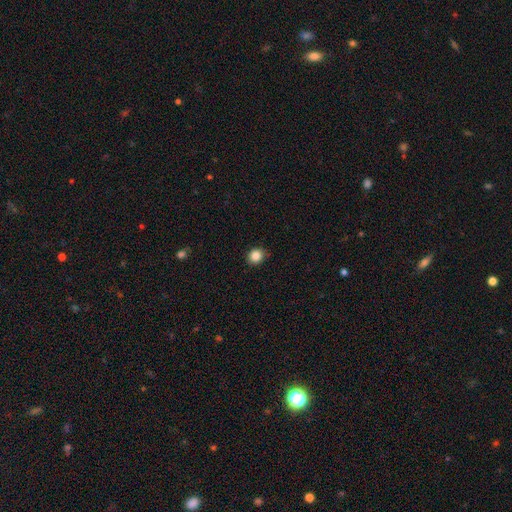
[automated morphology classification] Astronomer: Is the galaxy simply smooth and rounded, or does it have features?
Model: smooth — 86%.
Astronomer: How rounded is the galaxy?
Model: round — 81%.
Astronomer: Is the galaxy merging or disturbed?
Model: none — 86%.